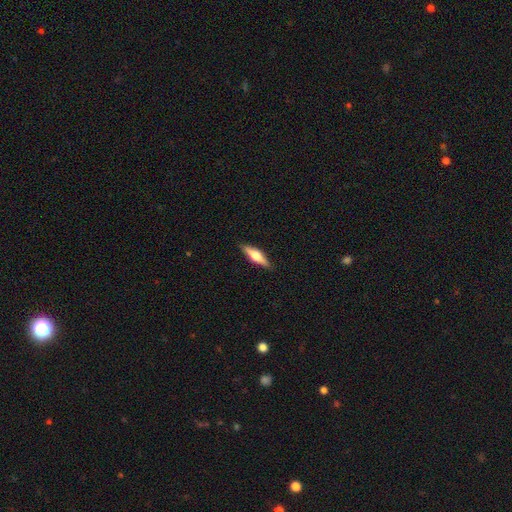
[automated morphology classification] smooth_or_featured: featured or disk (p=0.58) [alt: smooth p=0.36]
disk_edge_on: yes (p=0.96) [alt: no p=0.04]
edge_on_bulge: rounded (p=0.90) [alt: boxy p=0.08]
merging: none (p=0.89) [alt: minor disturbance p=0.08]